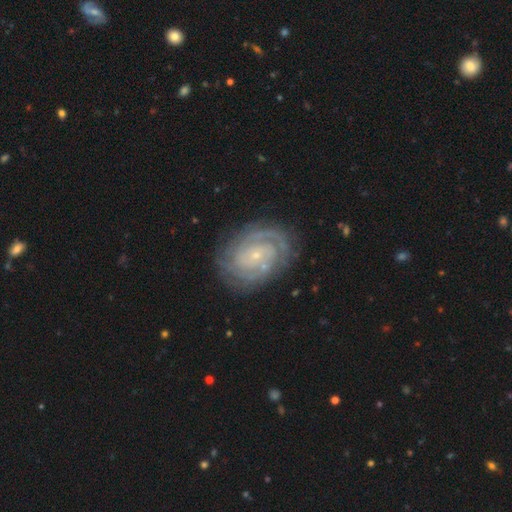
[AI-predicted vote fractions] Smooth or featured? featured or disk (86%)
Edge-on disk? no (97%)
Bar? no (72%)
Spiral arms? yes (96%)
Spiral winding? tight (76%)
Spiral arm count? 2 (33%)
Bulge size? small (85%)
Merging? none (79%)